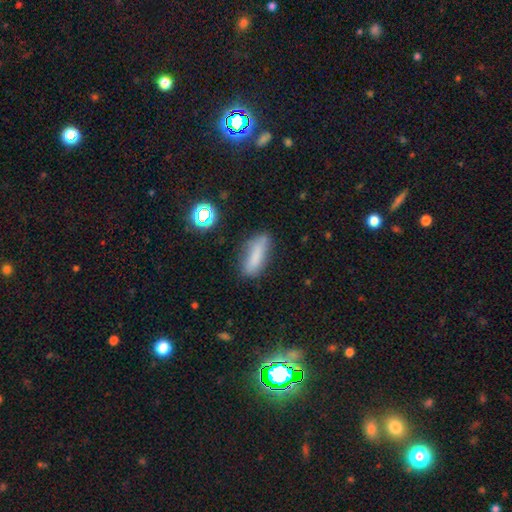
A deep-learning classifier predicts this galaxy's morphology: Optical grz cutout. It shows a smooth galaxy with no disk features (75%) that is in between round and cigar-shaped (49%). Merging: none (70%).